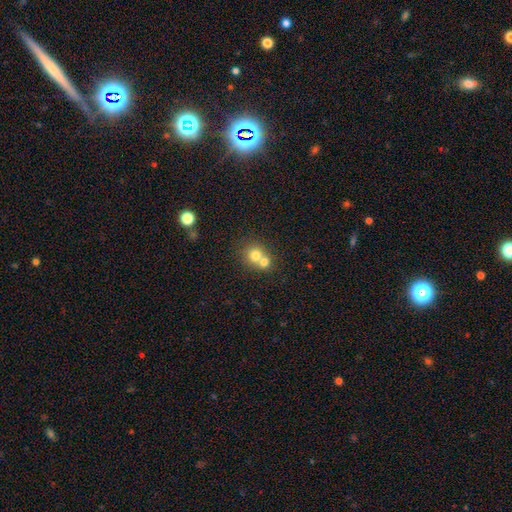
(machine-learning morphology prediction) A smooth galaxy with no disk features (73%) that is round (82%). Merging: merger (61%).